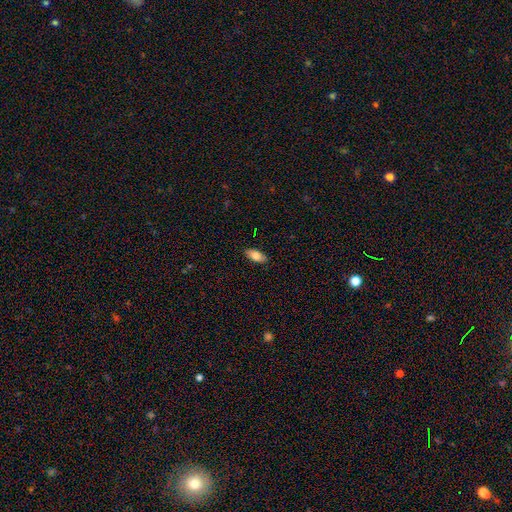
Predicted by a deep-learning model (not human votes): Q: Smooth or featured?
A: smooth (82%); runner-up: featured or disk (11%)
Q: How rounded?
A: in between (89%); runner-up: cigar-shaped (8%)
Q: Merging?
A: none (88%); runner-up: minor disturbance (9%)